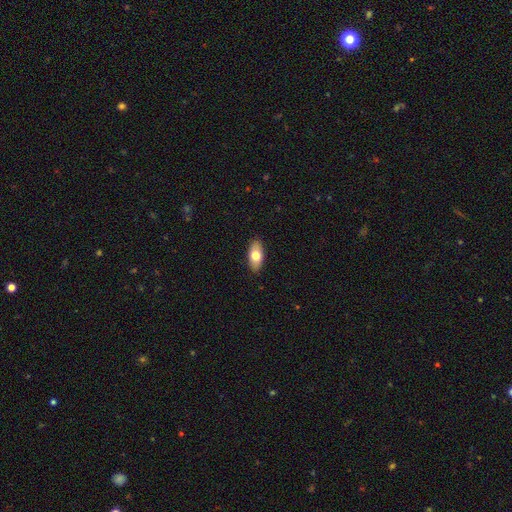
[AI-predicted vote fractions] This appears to be a smooth galaxy with no disk features (73%) that is in between round and cigar-shaped (90%). Merging: none (89%).